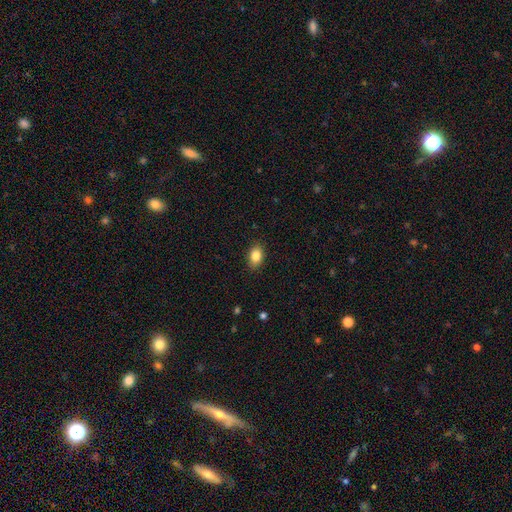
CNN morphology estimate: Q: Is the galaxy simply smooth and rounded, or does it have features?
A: smooth — 85%.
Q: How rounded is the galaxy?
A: in between — 81%.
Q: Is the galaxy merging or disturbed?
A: none — 88%.